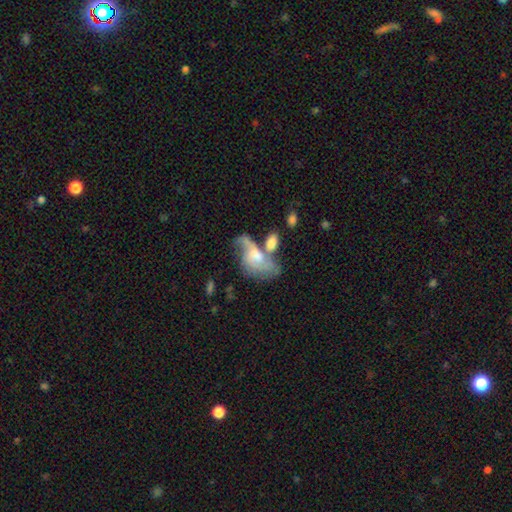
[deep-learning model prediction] Smooth or featured?
  - featured or disk: 55% *
  - smooth: 37%
  - star or artifact: 8%
Edge-on disk?
  - no: 94% *
  - yes: 6%
Bar?
  - no: 68% *
  - weak: 27%
  - strong: 5%
Spiral arms?
  - yes: 66% *
  - no: 34%
Bulge size?
  - moderate: 38% *
  - small: 26%
  - none: 18%
  - large: 15%
  - dominant: 3%
Merging?
  - merger: 40% *
  - major disturbance: 25%
  - none: 20%
  - minor disturbance: 16%